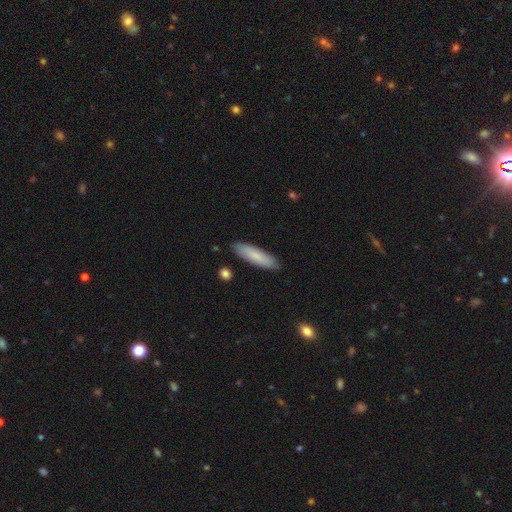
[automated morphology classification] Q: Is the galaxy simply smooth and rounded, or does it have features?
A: smooth — 82%.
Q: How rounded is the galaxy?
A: cigar-shaped — 71%.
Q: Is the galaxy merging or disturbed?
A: none — 88%.